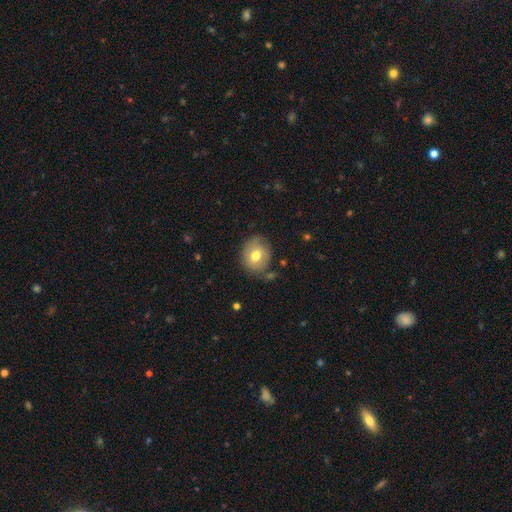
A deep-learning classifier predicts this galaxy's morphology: Smooth or featured? smooth (67%)
How rounded? round (70%)
Merging? none (74%)